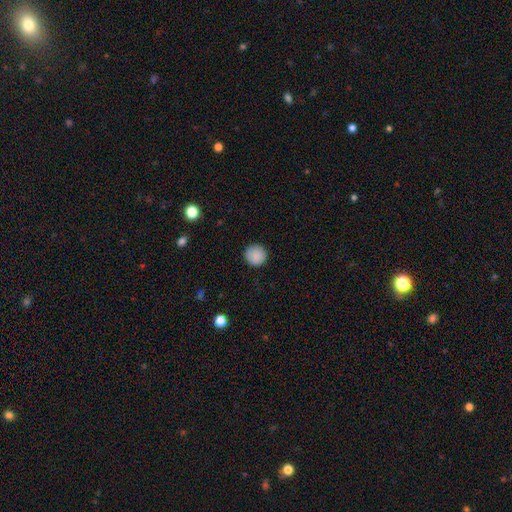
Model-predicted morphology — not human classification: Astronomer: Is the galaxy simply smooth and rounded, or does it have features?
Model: smooth — 88%.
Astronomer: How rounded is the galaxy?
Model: round — 94%.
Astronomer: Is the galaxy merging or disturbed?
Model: none — 90%.